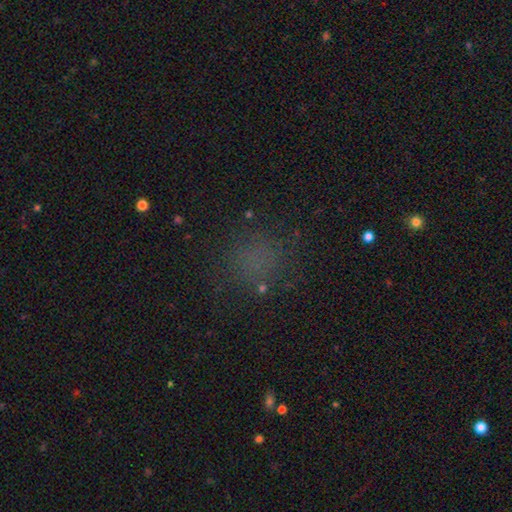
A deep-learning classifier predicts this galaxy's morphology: Smooth or featured: smooth — 61% (star or artifact — 31%)
How rounded: round — 83% (in between — 15%)
Merging: none — 80% (minor disturbance — 11%)